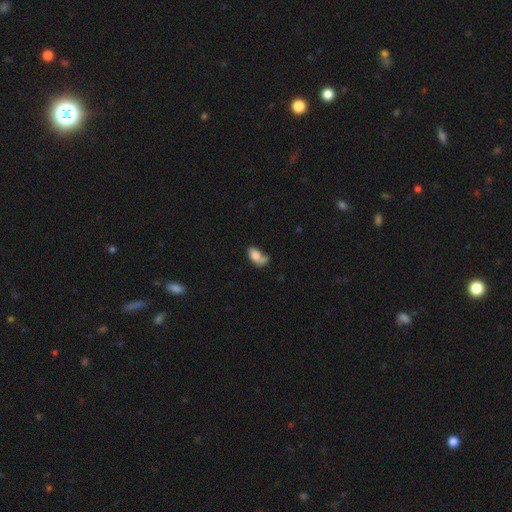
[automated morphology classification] A smooth galaxy with no disk features (72%) that is in between round and cigar-shaped (89%).

Vote fractions:
- Smooth or featured? smooth: 72% / featured or disk: 20% / star or artifact: 8%
- How rounded? in between: 89% / round: 7% / cigar-shaped: 3%
- Merging? none: 31% / minor disturbance: 26% / major disturbance: 26% / merger: 17%